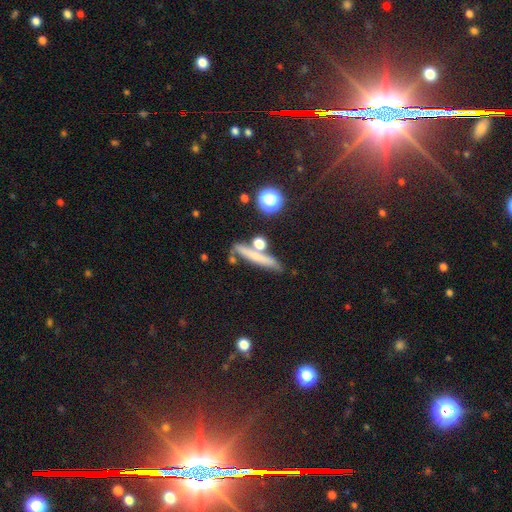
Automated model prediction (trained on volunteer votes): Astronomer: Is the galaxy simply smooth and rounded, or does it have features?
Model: smooth — 55% (runner-up: featured or disk, 31%).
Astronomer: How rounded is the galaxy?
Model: cigar-shaped — 81%.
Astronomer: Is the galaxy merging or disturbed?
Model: none — 72%.